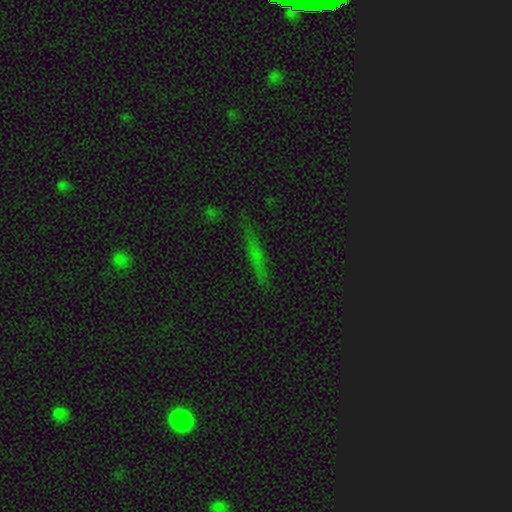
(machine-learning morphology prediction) The model was most divided on "smooth or featured" (2-way tie): smooth: 36%, star or artifact: 36%, featured or disk: 28%. More confident: merging — none (85%).